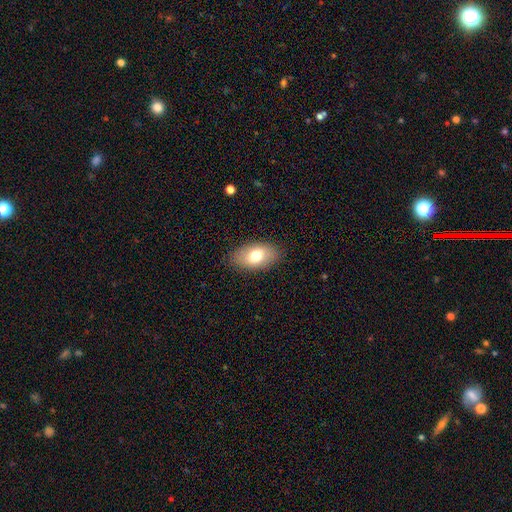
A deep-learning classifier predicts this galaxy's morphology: Smooth or featured? smooth (73%)
How rounded? in between (92%)
Merging? none (85%)